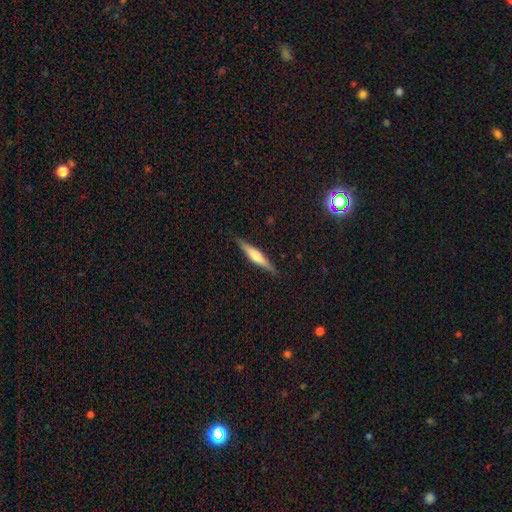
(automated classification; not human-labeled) Smooth or featured: featured or disk — 55% (smooth — 39%)
Edge-on disk: yes — 96% (no — 4%)
Edge-on bulge: rounded — 66% (boxy — 20%)
Merging: none — 88% (minor disturbance — 9%)